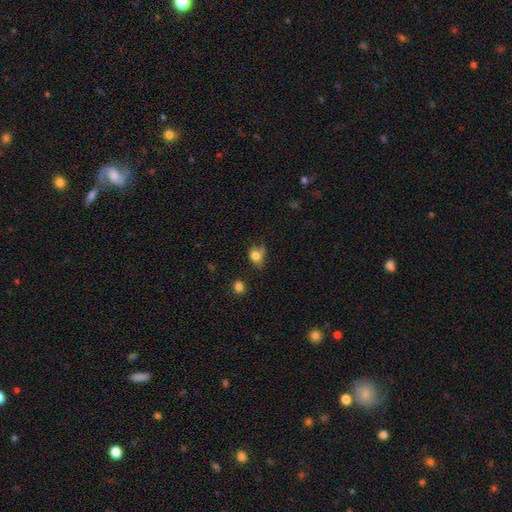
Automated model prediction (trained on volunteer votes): A smooth galaxy with no disk features (79%) that is round (58%). Merging: none (50%).